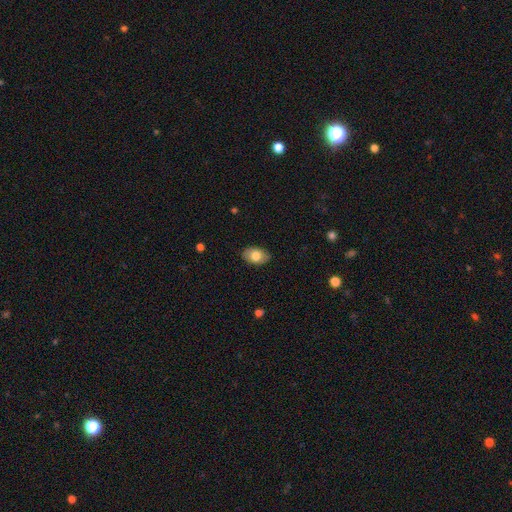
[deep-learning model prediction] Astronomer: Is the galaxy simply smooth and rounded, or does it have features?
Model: smooth — 78%.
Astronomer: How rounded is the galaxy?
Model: in between — 88%.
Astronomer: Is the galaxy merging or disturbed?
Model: none — 87%.